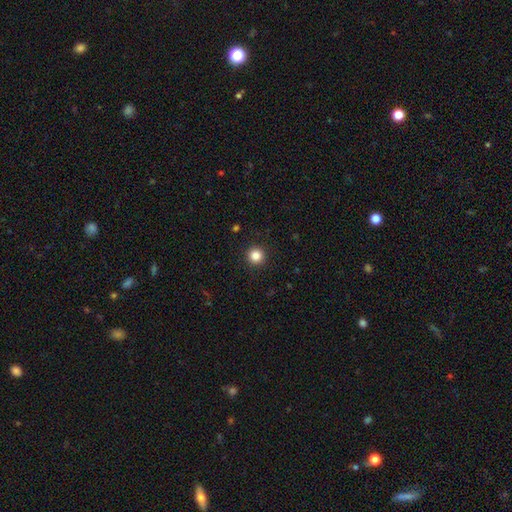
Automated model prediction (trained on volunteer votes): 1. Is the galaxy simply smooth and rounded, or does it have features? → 85% smooth, 12% star or artifact, 4% featured or disk.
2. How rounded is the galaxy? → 96% round, 3% in between, 1% cigar-shaped.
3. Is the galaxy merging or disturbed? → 93% none, 4% minor disturbance, 2% major disturbance, 1% merger.